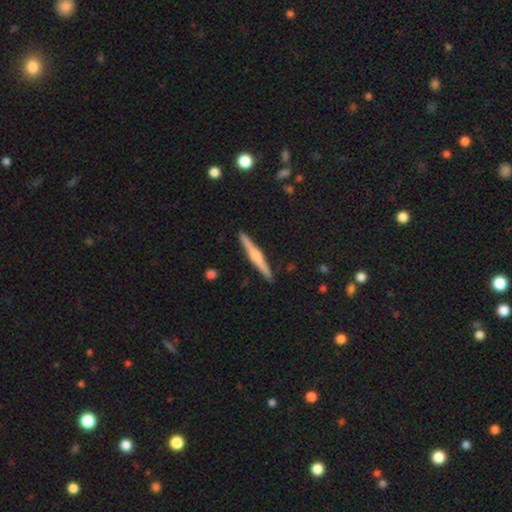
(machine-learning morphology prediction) type=featured or disk (71%); edge-on=yes (98%); edge-on bulge=rounded (80%); merging=none (92%).